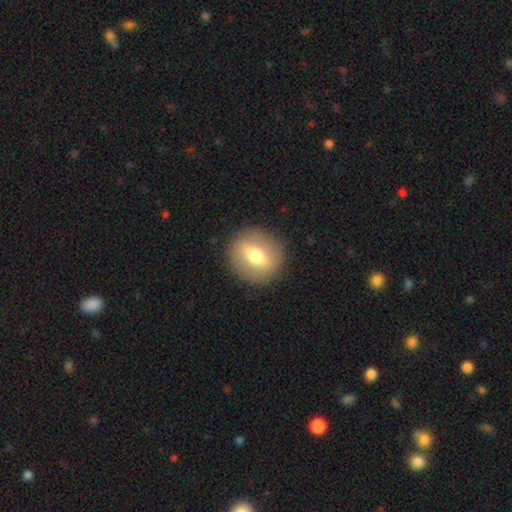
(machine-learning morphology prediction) Overall: smooth (55%; featured or disk 37%). How rounded: round (87%). Merging: none (89%).